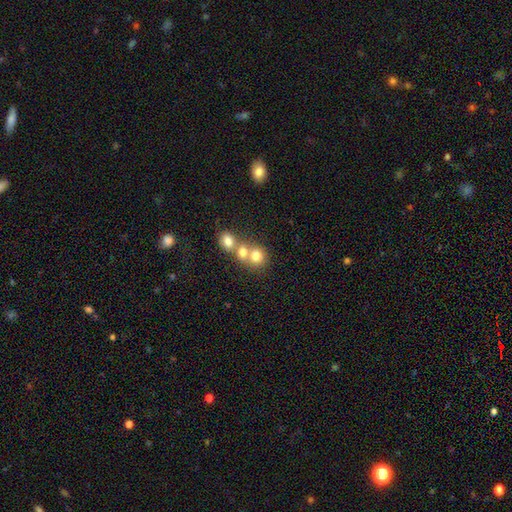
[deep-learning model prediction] This appears to be a smooth galaxy with no disk features (73%) that is round (77%). Merging: merger (58%).